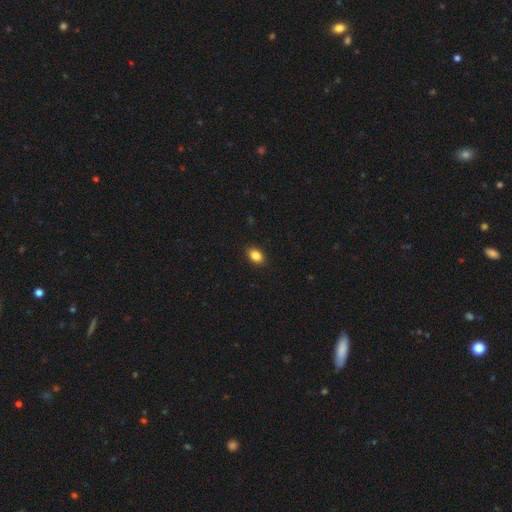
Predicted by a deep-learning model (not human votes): Smooth or featured?
  - smooth: 86% *
  - star or artifact: 9%
  - featured or disk: 5%
How rounded?
  - in between: 77% *
  - round: 21%
  - cigar-shaped: 1%
Merging?
  - none: 90% *
  - minor disturbance: 8%
  - major disturbance: 2%
  - merger: 1%